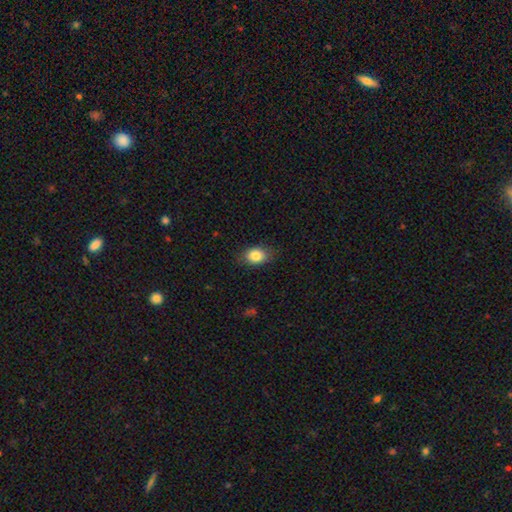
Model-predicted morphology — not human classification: The model was most divided on "how rounded": in between: 69%, round: 30%, cigar-shaped: 1%. More confident: smooth or featured — smooth (85%); merging — none (82%).